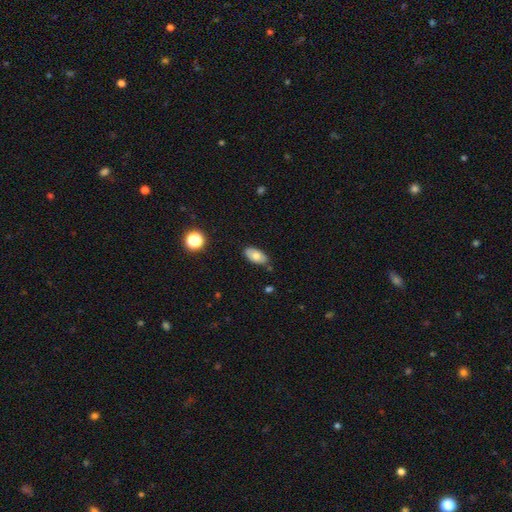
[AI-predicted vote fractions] Q: Smooth or featured?
A: smooth (73%); runner-up: featured or disk (19%)
Q: How rounded?
A: in between (92%); runner-up: round (4%)
Q: Merging?
A: none (81%); runner-up: minor disturbance (14%)